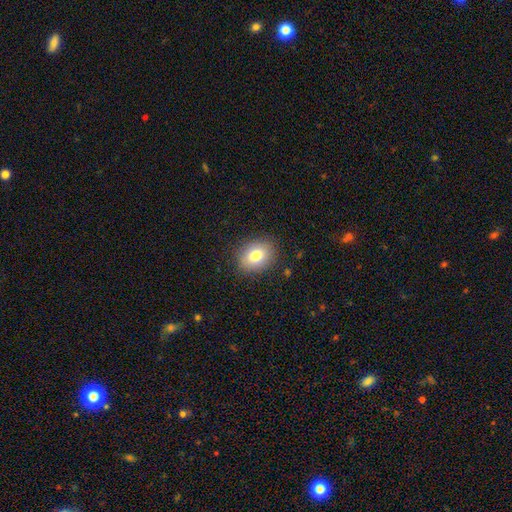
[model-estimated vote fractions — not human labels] This appears to be a smooth galaxy with no disk features (79%) that is in between round and cigar-shaped (62%). Merging: none (86%).